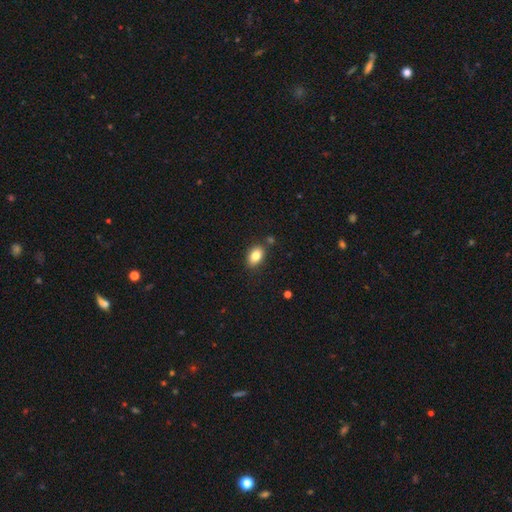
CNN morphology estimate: A smooth galaxy with no disk features (83%) that is in between round and cigar-shaped (88%). Merging: none (80%).